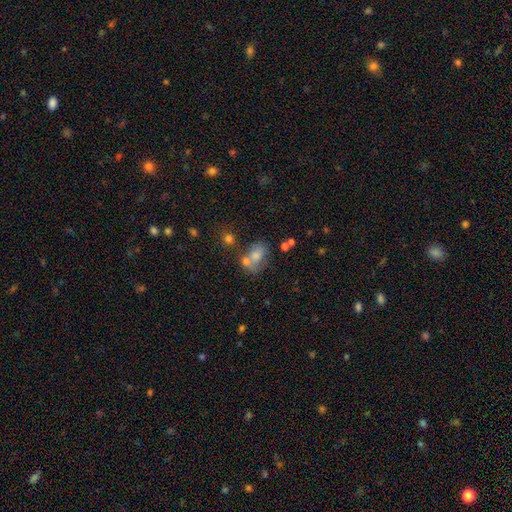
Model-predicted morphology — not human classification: Q: Smooth or featured?
A: smooth (70%); runner-up: featured or disk (17%)
Q: How rounded?
A: in between (74%); runner-up: round (24%)
Q: Merging?
A: none (38%); tied with: merger (38%)